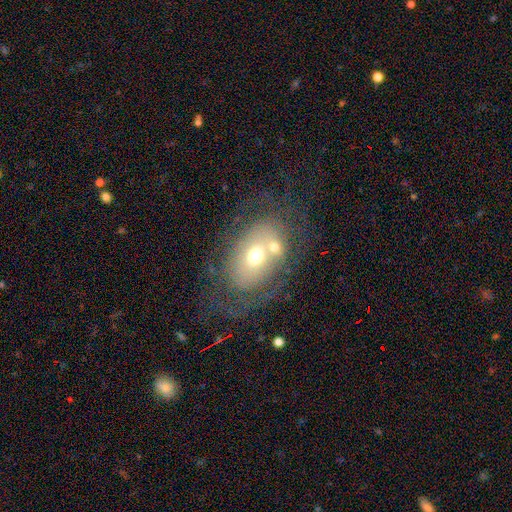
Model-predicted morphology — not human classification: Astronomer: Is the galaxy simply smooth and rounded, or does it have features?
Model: featured or disk — 51% (runner-up: smooth, 39%).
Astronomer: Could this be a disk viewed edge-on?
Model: no — 93%.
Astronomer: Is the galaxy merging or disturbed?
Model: none — 46% (runner-up: merger, 21%).